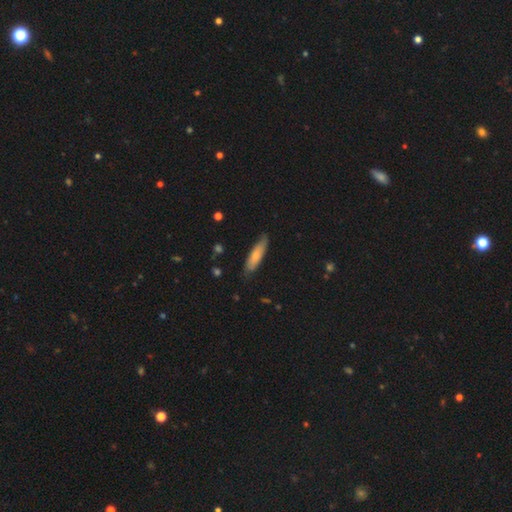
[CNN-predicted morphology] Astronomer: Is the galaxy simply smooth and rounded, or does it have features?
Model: smooth — 72%.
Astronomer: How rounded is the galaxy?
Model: cigar-shaped — 65%.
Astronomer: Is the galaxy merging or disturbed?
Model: none — 74%.